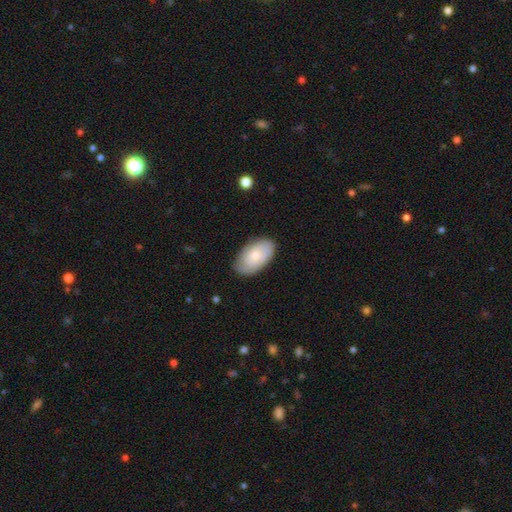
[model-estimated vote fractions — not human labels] Q: Smooth or featured?
A: smooth (65%); runner-up: featured or disk (29%)
Q: How rounded?
A: in between (94%); runner-up: round (5%)
Q: Merging?
A: none (79%); runner-up: minor disturbance (16%)